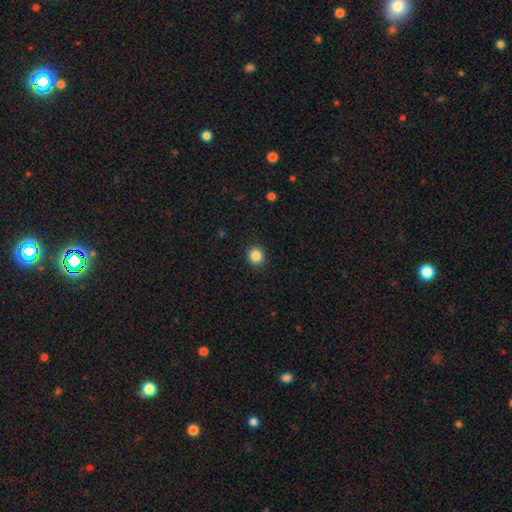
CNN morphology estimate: A smooth galaxy with no disk features (85%) that is round (91%).

Vote fractions:
- Smooth or featured? smooth: 85% / star or artifact: 11% / featured or disk: 4%
- How rounded? round: 91% / in between: 8% / cigar-shaped: 1%
- Merging? none: 91% / minor disturbance: 6% / major disturbance: 2% / merger: 1%